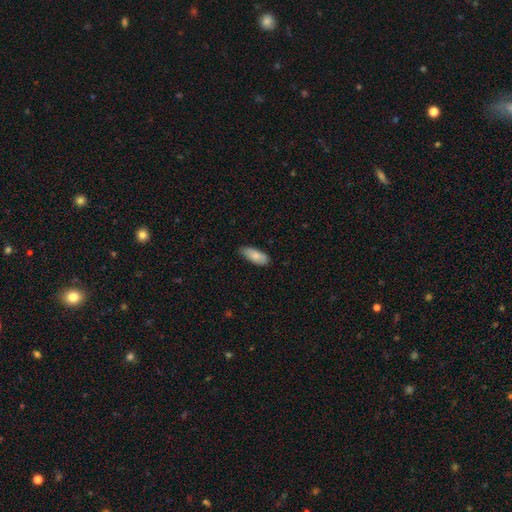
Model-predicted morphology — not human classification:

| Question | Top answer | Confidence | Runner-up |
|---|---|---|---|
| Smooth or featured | smooth | 82% | featured or disk (12%) |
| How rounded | in between | 84% | cigar-shaped (14%) |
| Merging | none | 74% | minor disturbance (22%) |